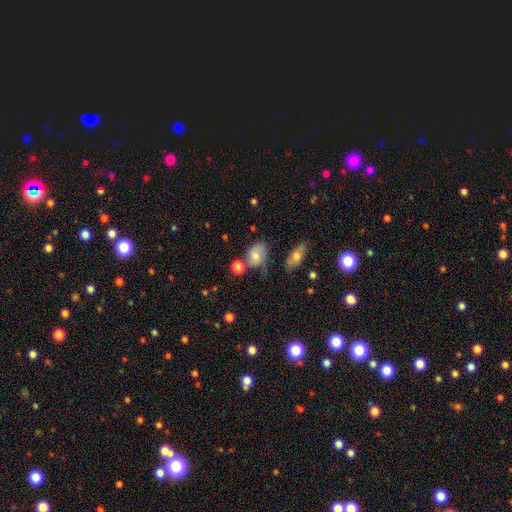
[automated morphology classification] The model was most divided on "merging": none: 45%, minor disturbance: 27%, merger: 14%, major disturbance: 14%. More confident: smooth or featured — smooth (65%); how rounded — in between (62%).